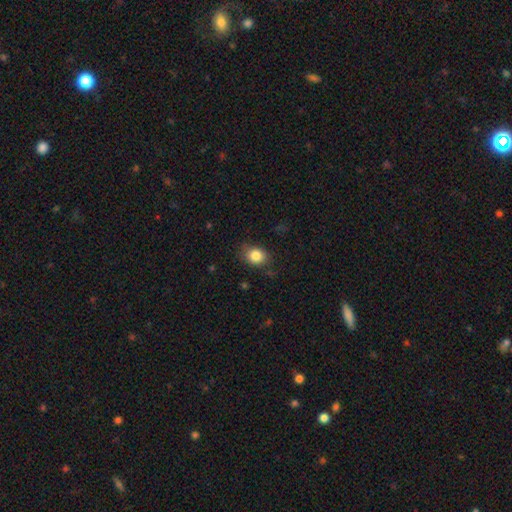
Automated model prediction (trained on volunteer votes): Smooth or featured?
  - smooth: 84% *
  - star or artifact: 9%
  - featured or disk: 7%
How rounded?
  - in between: 55% *
  - round: 44%
  - cigar-shaped: 1%
Merging?
  - none: 79% *
  - minor disturbance: 16%
  - major disturbance: 4%
  - merger: 1%